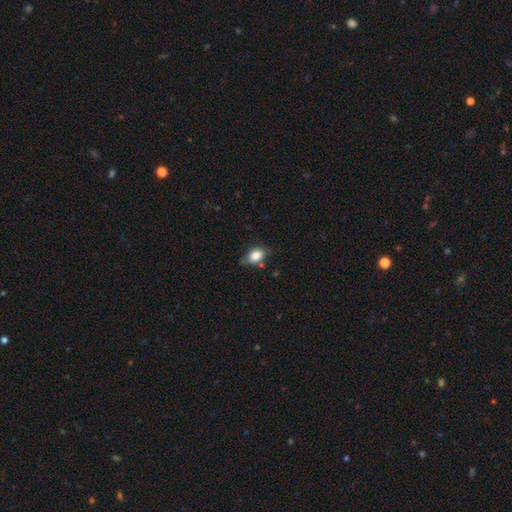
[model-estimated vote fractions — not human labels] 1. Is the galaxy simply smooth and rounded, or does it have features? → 83% smooth, 8% star or artifact, 8% featured or disk.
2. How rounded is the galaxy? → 82% in between, 16% round, 2% cigar-shaped.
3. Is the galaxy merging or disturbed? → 62% none, 28% minor disturbance, 5% major disturbance, 5% merger.